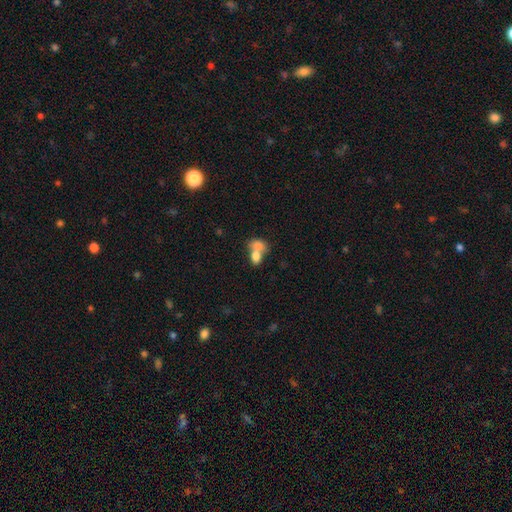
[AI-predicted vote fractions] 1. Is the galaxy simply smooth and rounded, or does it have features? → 77% smooth, 14% featured or disk, 9% star or artifact.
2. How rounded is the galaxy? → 77% in between, 22% round, 2% cigar-shaped.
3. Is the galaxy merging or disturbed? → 69% merger, 20% none, 7% minor disturbance, 5% major disturbance.